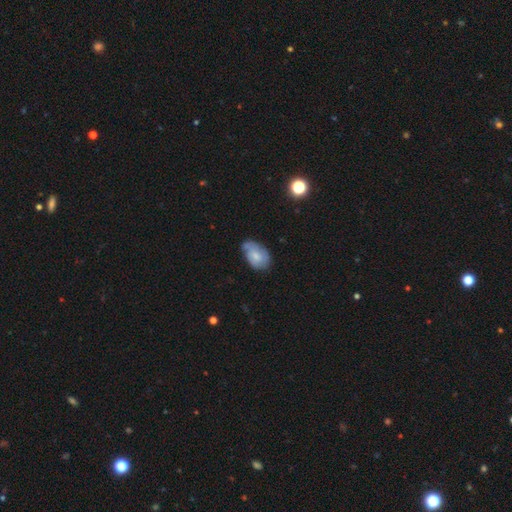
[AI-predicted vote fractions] smooth 54%, featured or disk 39%, star or artifact 7%. Down the decision tree: how rounded — in between (88%); merging — none (48%).